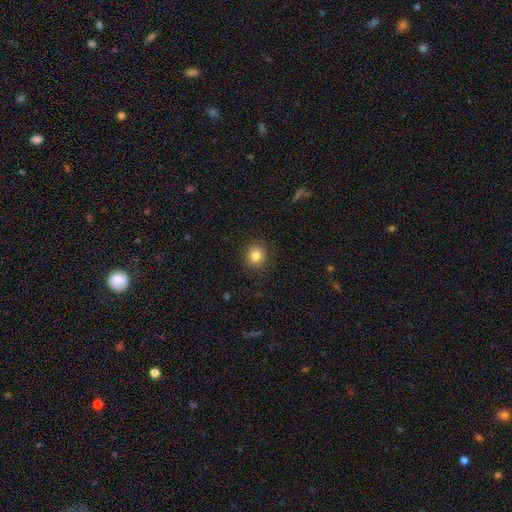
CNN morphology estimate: type=smooth (83%); roundness=round (90%); merging=none (87%).